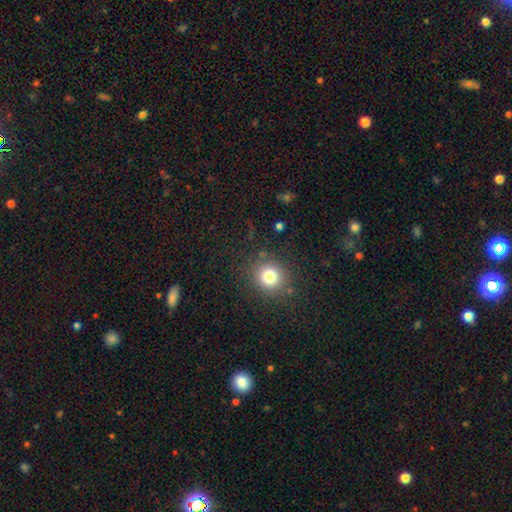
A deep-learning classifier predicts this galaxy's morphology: Smooth or featured?
  - smooth: 68% *
  - star or artifact: 26%
  - featured or disk: 6%
How rounded?
  - round: 90% *
  - in between: 9%
  - cigar-shaped: 1%
Merging?
  - none: 89% *
  - minor disturbance: 7%
  - major disturbance: 2%
  - merger: 1%